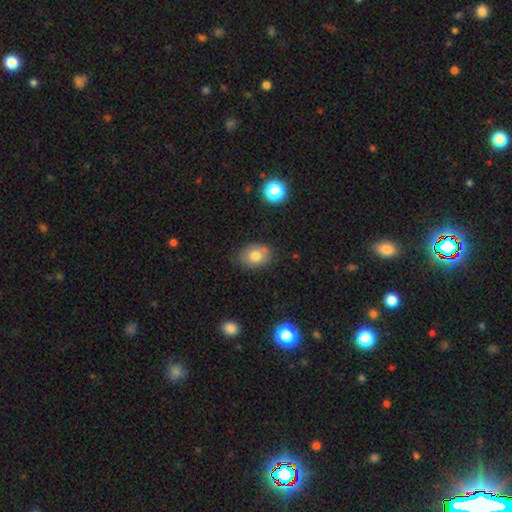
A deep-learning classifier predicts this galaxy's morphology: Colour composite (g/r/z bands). It shows a smooth galaxy with no disk features (78%) that is in between round and cigar-shaped (65%). Merging: none (71%).